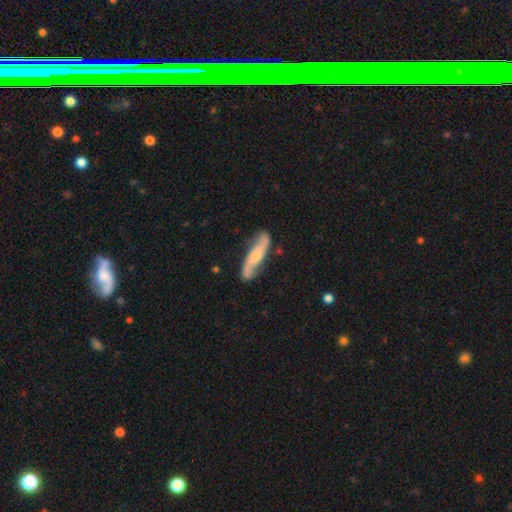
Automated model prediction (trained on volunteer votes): featured or disk 71%, smooth 24%, star or artifact 5%. Down the decision tree: edge-on disk — no (79%); bar — no (55%); spiral arms — yes (94%); spiral arm count — 2 (91%); spiral winding — loose (61%); bulge size — moderate (38%, tied with small); merging — none (78%).